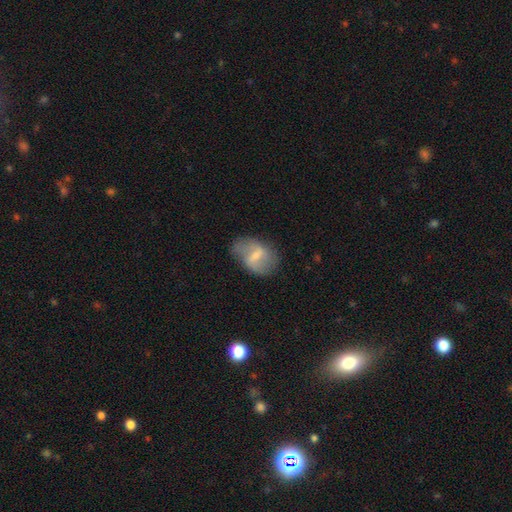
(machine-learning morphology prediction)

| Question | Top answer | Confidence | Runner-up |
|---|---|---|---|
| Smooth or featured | featured or disk | 54% | smooth (39%) |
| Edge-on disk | no | 95% | yes (5%) |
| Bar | weak | 48% | strong (39%) |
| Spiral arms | yes | 60% | no (40%) |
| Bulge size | small | 55% | moderate (29%) |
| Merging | none | 67% | minor disturbance (21%) |